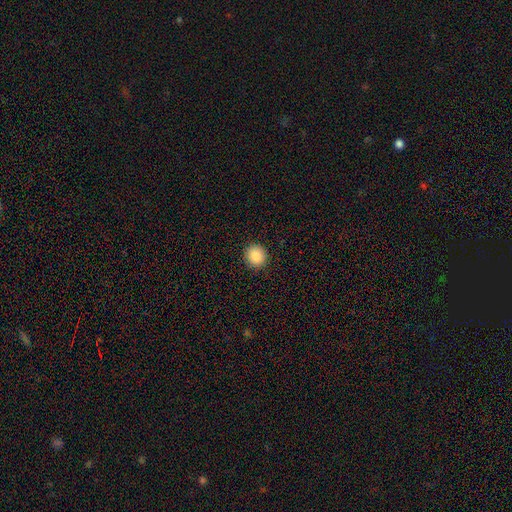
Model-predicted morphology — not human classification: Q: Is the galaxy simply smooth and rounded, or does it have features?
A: smooth — 88%.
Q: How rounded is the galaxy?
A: round — 90%.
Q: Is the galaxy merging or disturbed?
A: none — 92%.